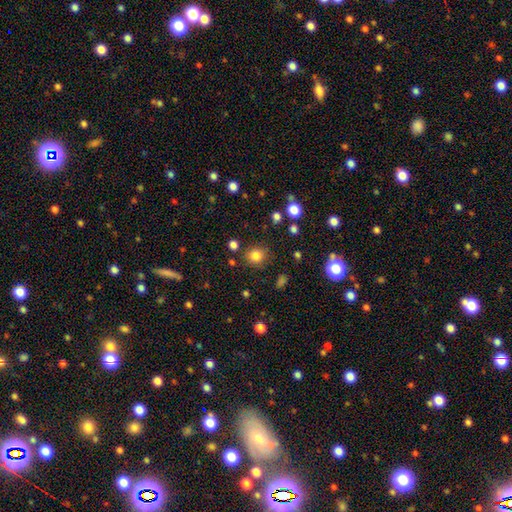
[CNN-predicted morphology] Smooth or featured: smooth — 82% (star or artifact — 13%)
How rounded: round — 85% (in between — 14%)
Merging: none — 84% (minor disturbance — 9%)